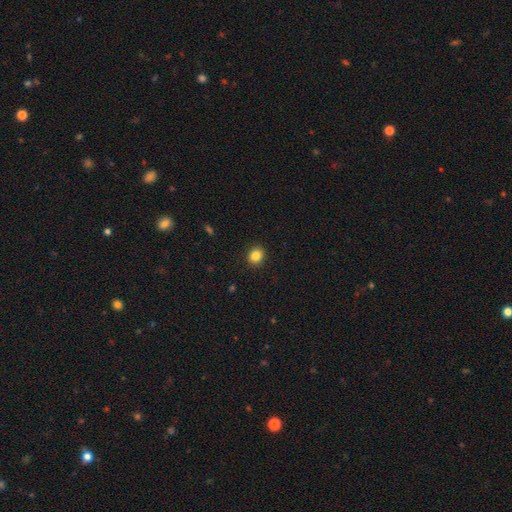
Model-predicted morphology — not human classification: Smooth or featured? smooth (85%)
How rounded? round (73%)
Merging? none (91%)